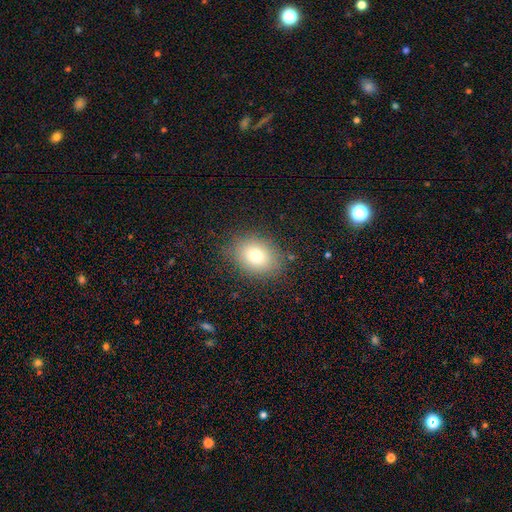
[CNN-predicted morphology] Smooth or featured? smooth (75%)
How rounded? in between (56%)
Merging? none (84%)